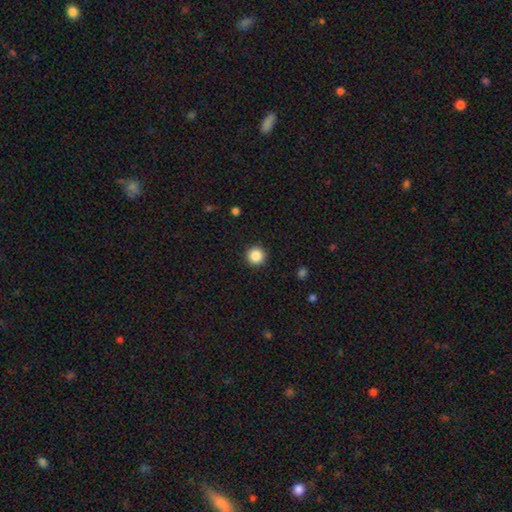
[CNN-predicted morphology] This is clearly a smooth galaxy (87%). How rounded: clearly round (96%). Merging: clearly none (93%).